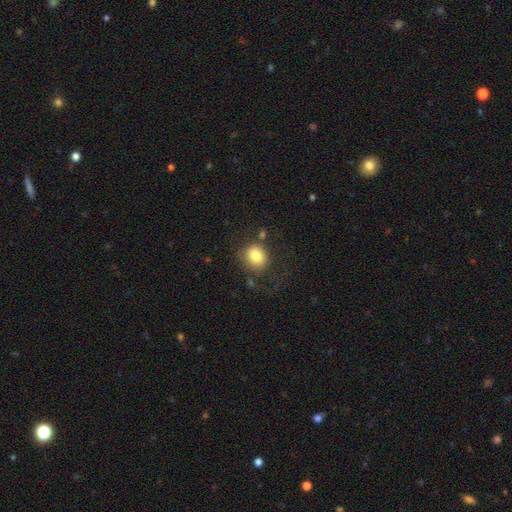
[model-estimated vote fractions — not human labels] Smooth or featured: smooth — 82% (star or artifact — 10%)
How rounded: round — 73% (in between — 26%)
Merging: none — 71% (minor disturbance — 16%)